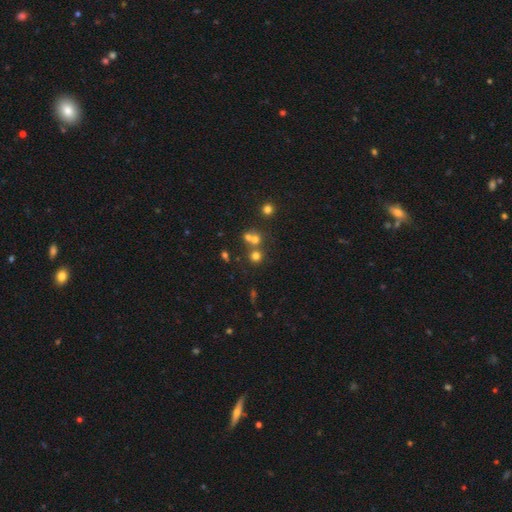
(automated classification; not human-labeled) The model was most divided on "merging": none: 54%, merger: 36%, minor disturbance: 7%, major disturbance: 4%. More confident: how rounded — round (87%); smooth or featured — smooth (65%).